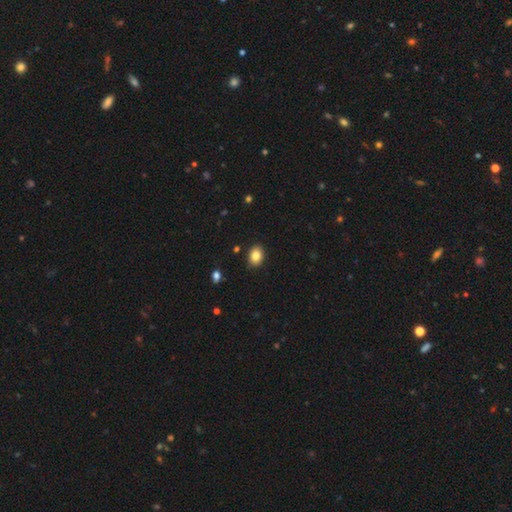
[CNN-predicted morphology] smooth-or-featured: smooth: 85% | star or artifact: 9% | featured or disk: 6%
  how-rounded: in between: 67% | round: 32% | cigar-shaped: 1%
  merging: none: 89% | minor disturbance: 8% | major disturbance: 2% | merger: 1%